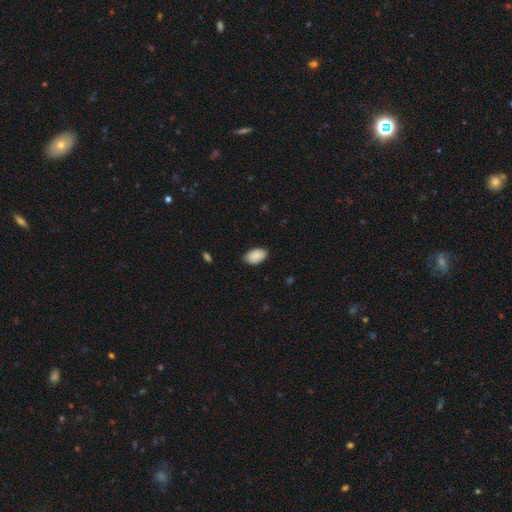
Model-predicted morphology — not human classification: Q: Smooth or featured?
A: smooth (90%); runner-up: star or artifact (6%)
Q: How rounded?
A: in between (93%); runner-up: round (6%)
Q: Merging?
A: none (85%); runner-up: minor disturbance (12%)